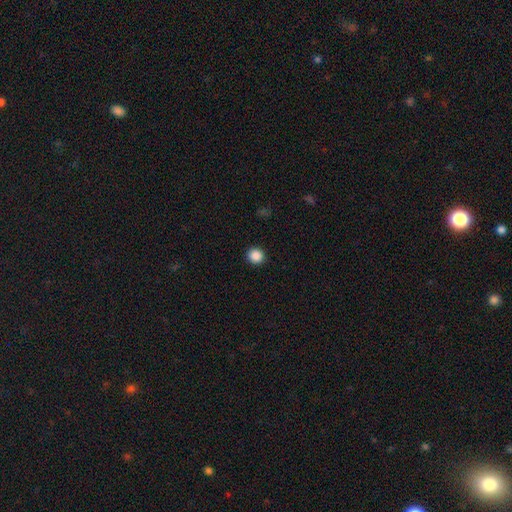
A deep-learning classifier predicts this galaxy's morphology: A smooth galaxy with no disk features (88%) that is round (91%).

Vote fractions:
- Smooth or featured? smooth: 88% / star or artifact: 10% / featured or disk: 3%
- How rounded? round: 91% / in between: 8% / cigar-shaped: 1%
- Merging? none: 93% / minor disturbance: 5% / major disturbance: 2% / merger: 1%